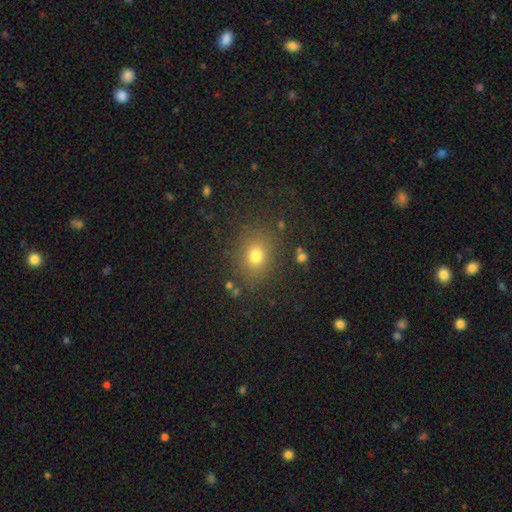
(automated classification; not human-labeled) This appears to be a smooth galaxy with no disk features (75%) that is round (62%). Merging: none (84%).